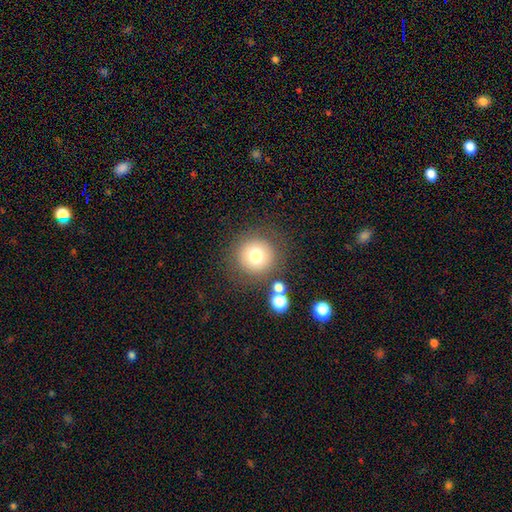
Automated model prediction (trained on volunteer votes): A smooth galaxy with no disk features (74%) that is round (95%).

Vote fractions:
- Smooth or featured? smooth: 74% / featured or disk: 13% / star or artifact: 12%
- How rounded? round: 95% / in between: 4% / cigar-shaped: 1%
- Merging? none: 82% / minor disturbance: 9% / merger: 5% / major disturbance: 4%